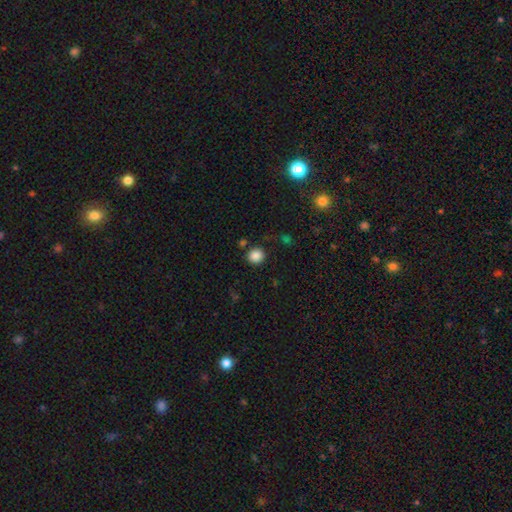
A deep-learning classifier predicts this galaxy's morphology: The model was most divided on "smooth or featured": smooth: 86%, star or artifact: 10%, featured or disk: 3%. More confident: how rounded — round (89%); merging — none (85%).